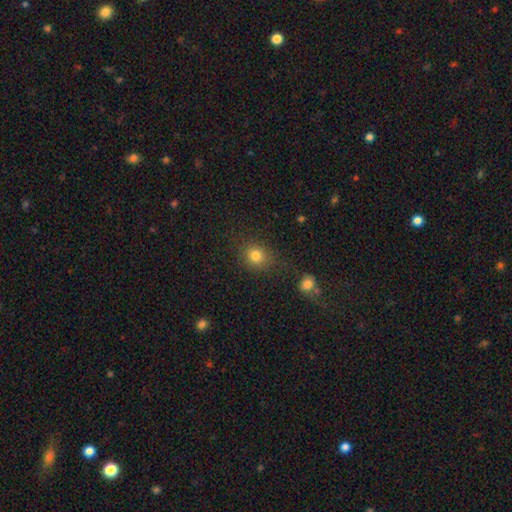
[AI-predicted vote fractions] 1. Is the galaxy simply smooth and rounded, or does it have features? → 80% smooth, 13% star or artifact, 6% featured or disk.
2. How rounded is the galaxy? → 78% round, 21% in between, 1% cigar-shaped.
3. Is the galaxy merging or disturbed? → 78% none, 11% minor disturbance, 6% merger, 5% major disturbance.